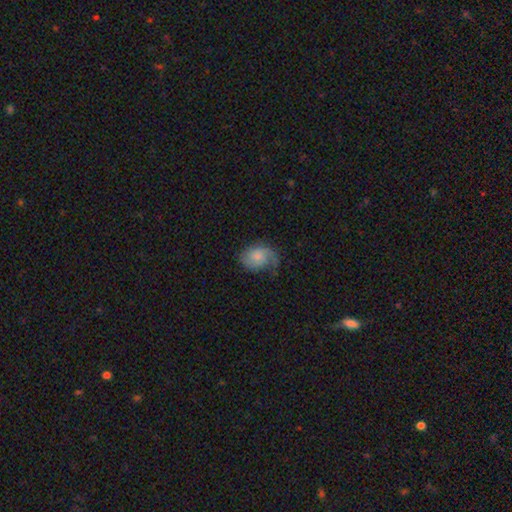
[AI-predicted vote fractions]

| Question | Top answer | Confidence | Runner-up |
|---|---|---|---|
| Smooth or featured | featured or disk | 59% | smooth (32%) |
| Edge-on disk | no | 97% | yes (3%) |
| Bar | no | 72% | weak (25%) |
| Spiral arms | yes | 92% | no (8%) |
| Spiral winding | medium | 42% | tight (32%) |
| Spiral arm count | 2 | 61% | 1 (21%) |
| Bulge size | small | 38% | moderate (37%) |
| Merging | none | 61% | minor disturbance (24%) |